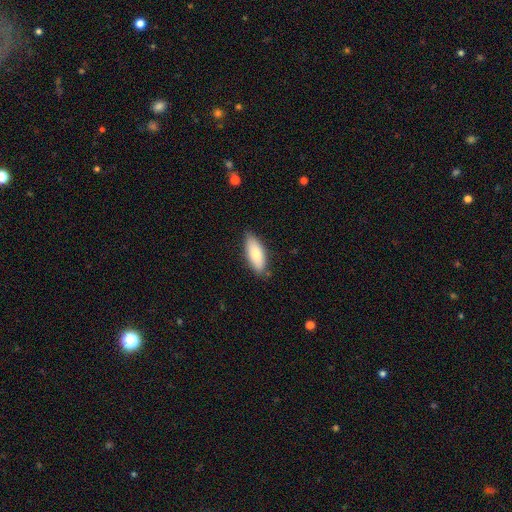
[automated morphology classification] smooth 80%, featured or disk 14%, star or artifact 6%. Down the decision tree: how rounded — in between (78%); merging — none (80%).